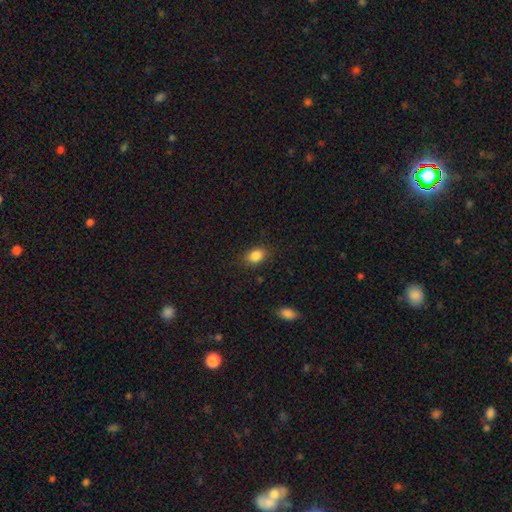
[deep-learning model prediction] smooth 86%, star or artifact 9%, featured or disk 5%. Down the decision tree: how rounded — in between (77%); merging — none (84%).